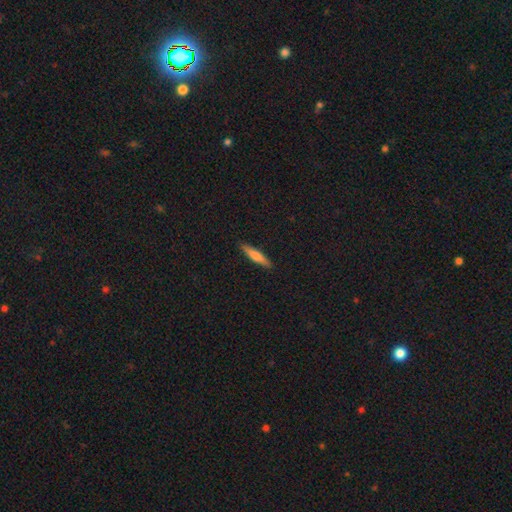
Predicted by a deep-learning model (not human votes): Morphology: type=smooth (64%); roundness=cigar-shaped (87%); merging=none (90%).